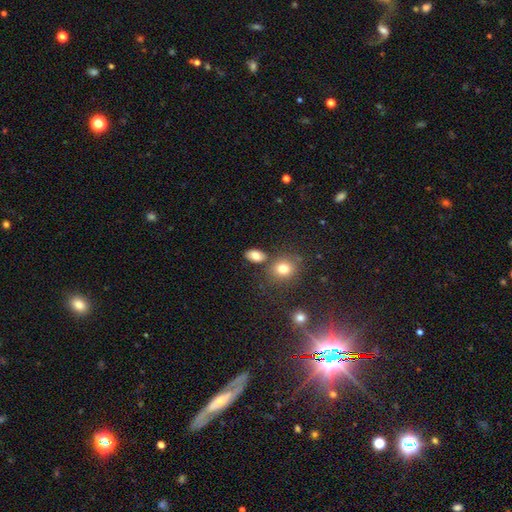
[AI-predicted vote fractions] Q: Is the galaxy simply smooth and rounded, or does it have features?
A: smooth — 80%.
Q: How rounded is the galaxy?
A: in between — 83%.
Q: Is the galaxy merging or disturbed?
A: none — 76%.